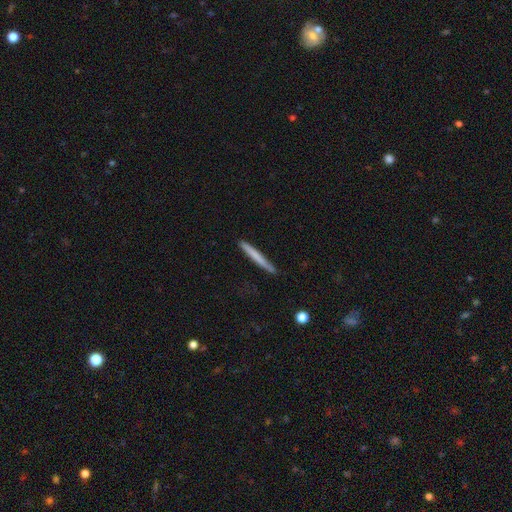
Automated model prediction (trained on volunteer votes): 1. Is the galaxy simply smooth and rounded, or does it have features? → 67% smooth, 27% featured or disk, 6% star or artifact.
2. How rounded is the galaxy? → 97% cigar-shaped, 2% in between, 1% round.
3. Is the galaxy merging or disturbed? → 88% none, 9% minor disturbance, 2% major disturbance, 1% merger.